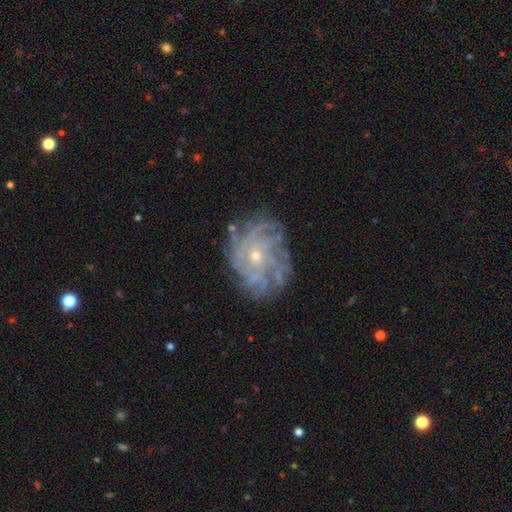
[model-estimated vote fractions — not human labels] A featured or disk galaxy (84%) with no bar (79%), more than 4 (34%) tight (65%) spiral arms (94%) and a small central bulge (70%).

Vote fractions:
- Smooth or featured? featured or disk: 84% / star or artifact: 9% / smooth: 7%
- Edge-on disk? no: 97% / yes: 3%
- Bar? no: 79% / weak: 17% / strong: 4%
- Spiral arms? yes: 94% / no: 6%
- Spiral winding? tight: 65% / medium: 26% / loose: 9%
- Spiral arm count? more than 4: 34% / can't tell: 27% / 4: 17% / 3: 8% / 2: 7% / 1: 7%
- Bulge size? small: 70% / moderate: 27% / large: 1% / none: 1% / dominant: 1%
- Merging? none: 77% / minor disturbance: 15% / major disturbance: 7% / merger: 2%